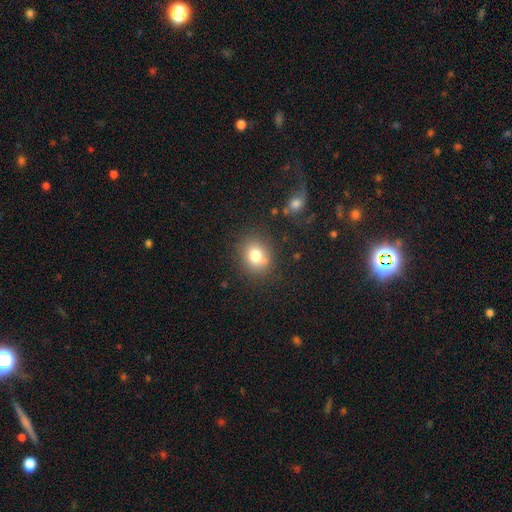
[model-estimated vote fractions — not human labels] The model was most divided on "how rounded": round: 68%, in between: 31%, cigar-shaped: 1%. More confident: merging — none (80%); smooth or featured — smooth (78%).